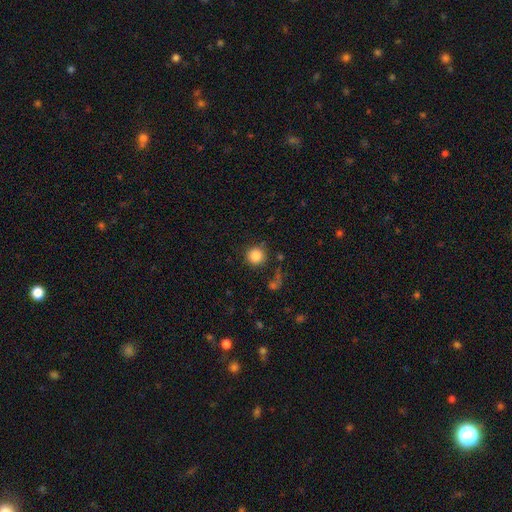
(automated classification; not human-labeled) smooth-or-featured: smooth: 86% | star or artifact: 10% | featured or disk: 5%
  how-rounded: round: 94% | in between: 5% | cigar-shaped: 1%
  merging: none: 82% | minor disturbance: 9% | major disturbance: 5% | merger: 4%